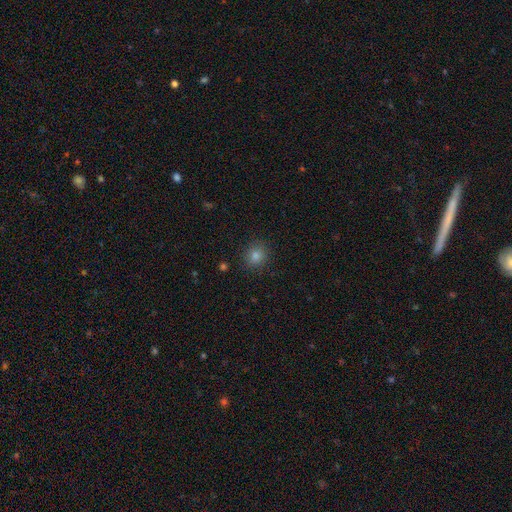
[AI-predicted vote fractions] Q: Smooth or featured?
A: smooth (79%); runner-up: star or artifact (15%)
Q: How rounded?
A: round (84%); runner-up: in between (15%)
Q: Merging?
A: none (90%); runner-up: minor disturbance (7%)